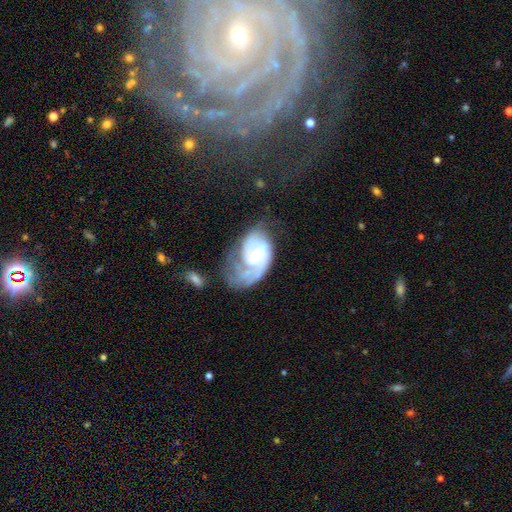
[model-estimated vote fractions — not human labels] Smooth or featured? Predicted: featured or disk (p=0.81). Edge-on disk? Predicted: no (p=0.98). Bar? Predicted: no (p=0.54). Spiral arms? Predicted: yes (p=0.92). Spiral winding? Predicted: tight (p=0.49). Spiral arm count? Predicted: 2 (p=0.42). Bulge size? Predicted: small (p=0.60). Merging? Predicted: major disturbance (p=0.35).